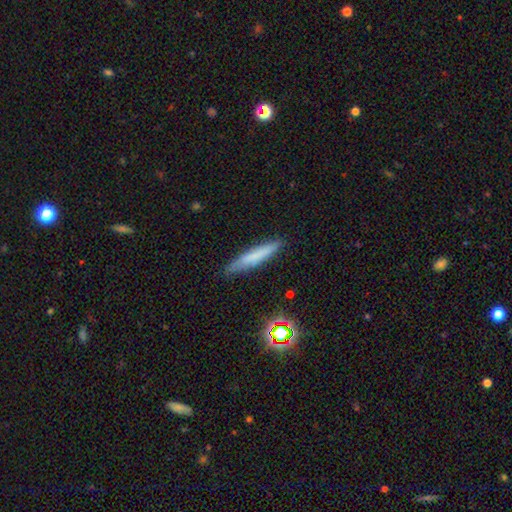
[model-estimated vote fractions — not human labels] This appears to be a smooth galaxy with no disk features (68%) that is cigar-shaped (92%). Merging: none (84%).